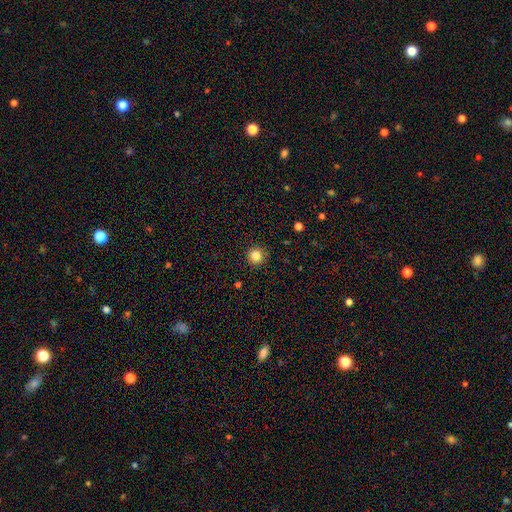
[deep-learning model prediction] The model was most divided on "smooth or featured": smooth: 84%, star or artifact: 11%, featured or disk: 5%. More confident: how rounded — round (95%); merging — none (91%).